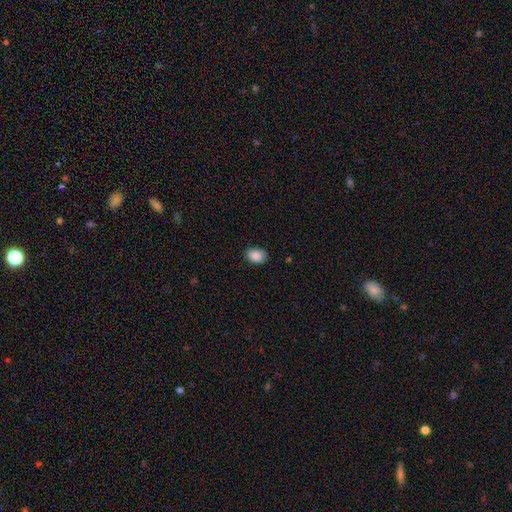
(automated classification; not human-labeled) This is clearly a smooth galaxy (88%). How rounded: likely in between (76%). Merging: clearly none (85%).